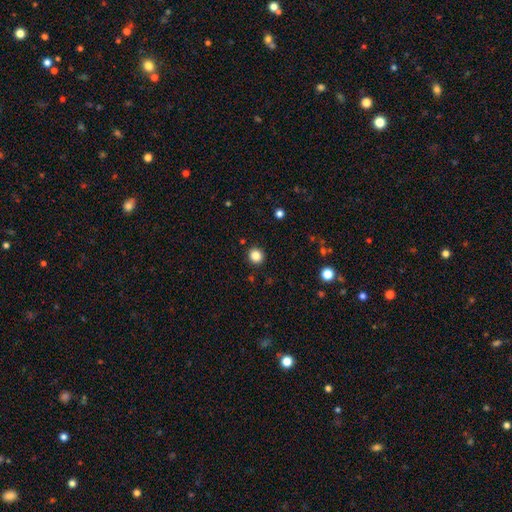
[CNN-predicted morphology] Smooth or featured? Predicted: smooth (p=0.85). How rounded? Predicted: round (p=0.90). Merging? Predicted: none (p=0.92).